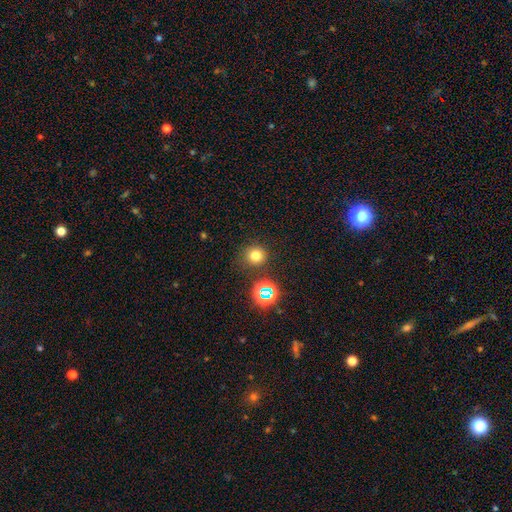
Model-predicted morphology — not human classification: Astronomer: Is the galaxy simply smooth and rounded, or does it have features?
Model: smooth — 73%.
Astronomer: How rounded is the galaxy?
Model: round — 91%.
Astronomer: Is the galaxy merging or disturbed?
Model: none — 84%.